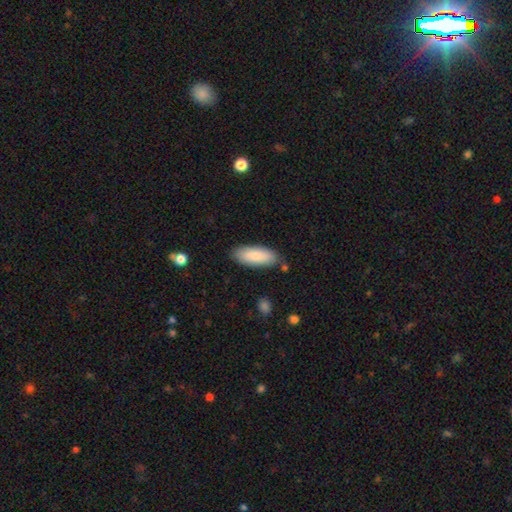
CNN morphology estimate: Smooth or featured: smooth — 84% (featured or disk — 10%)
How rounded: in between — 77% (cigar-shaped — 22%)
Merging: none — 81% (minor disturbance — 13%)